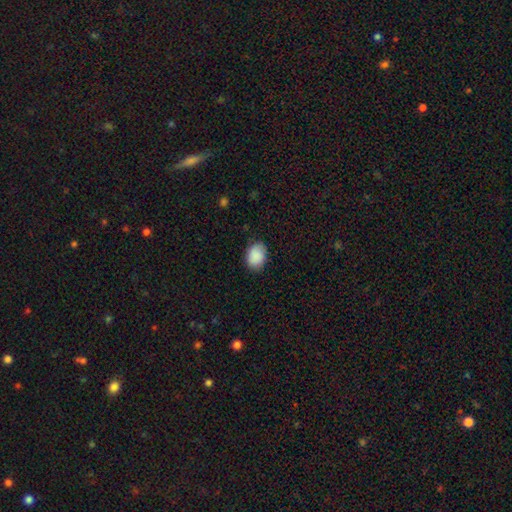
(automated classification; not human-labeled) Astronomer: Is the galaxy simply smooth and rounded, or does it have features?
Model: smooth — 89%.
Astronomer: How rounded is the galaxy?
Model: in between — 72%.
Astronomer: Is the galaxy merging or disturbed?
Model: none — 82%.